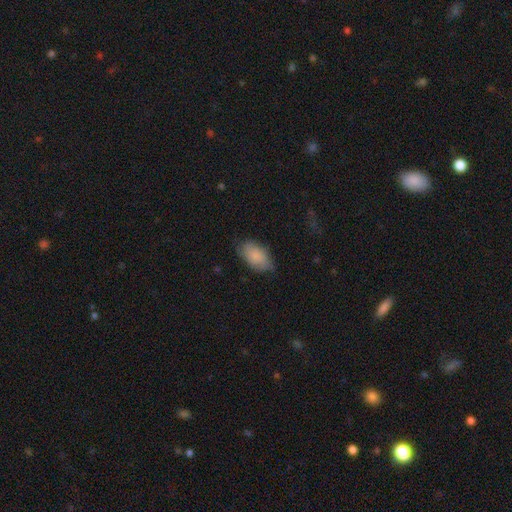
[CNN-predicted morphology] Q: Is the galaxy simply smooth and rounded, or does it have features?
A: smooth — 78%.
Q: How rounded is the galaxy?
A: in between — 93%.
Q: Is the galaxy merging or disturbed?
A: none — 69%.